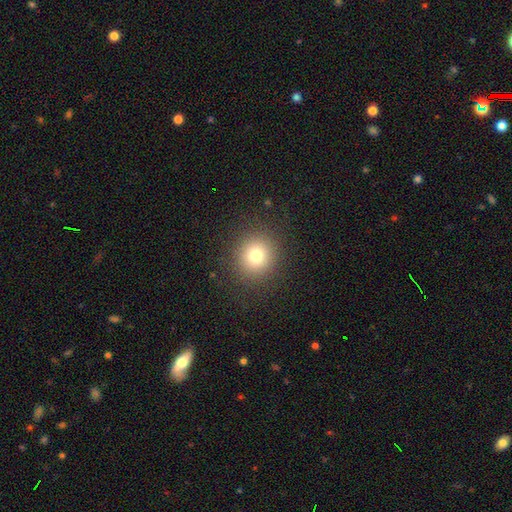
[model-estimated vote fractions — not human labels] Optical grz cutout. It shows a smooth galaxy with no disk features (77%) that is round (91%). Merging: none (89%).